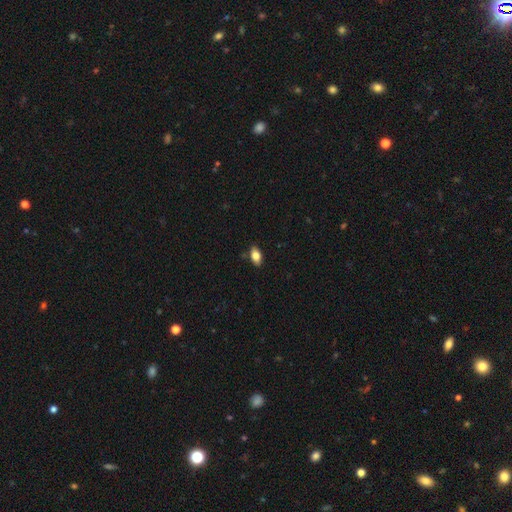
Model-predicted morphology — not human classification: smooth-or-featured: smooth: 80% | featured or disk: 12% | star or artifact: 8%
  how-rounded: in between: 91% | round: 5% | cigar-shaped: 4%
  merging: none: 85% | minor disturbance: 11% | major disturbance: 2% | merger: 2%